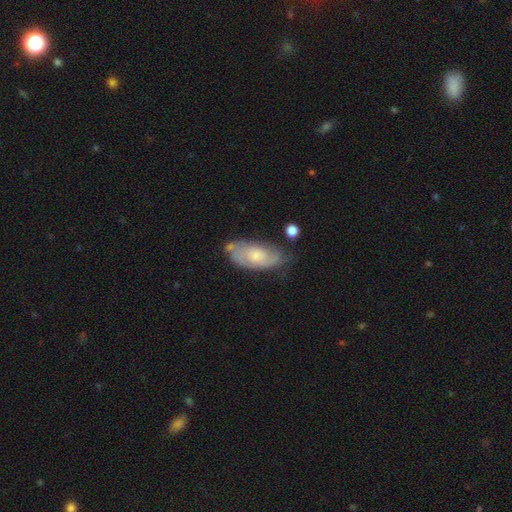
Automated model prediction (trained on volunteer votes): smooth-or-featured: featured or disk: 55% | smooth: 39% | star or artifact: 7%
  disk-edge-on: no: 90% | yes: 10%
  merging: none: 58% | minor disturbance: 27% | major disturbance: 9% | merger: 6%